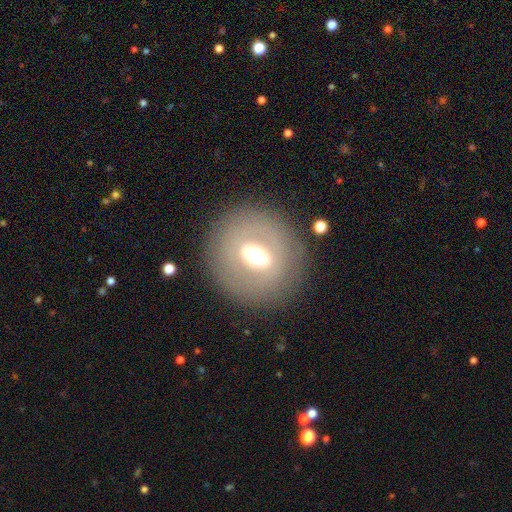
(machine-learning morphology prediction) smooth-or-featured: featured or disk: 46% | smooth: 41% | star or artifact: 14%
  merging: none: 82% | minor disturbance: 9% | major disturbance: 6% | merger: 2%